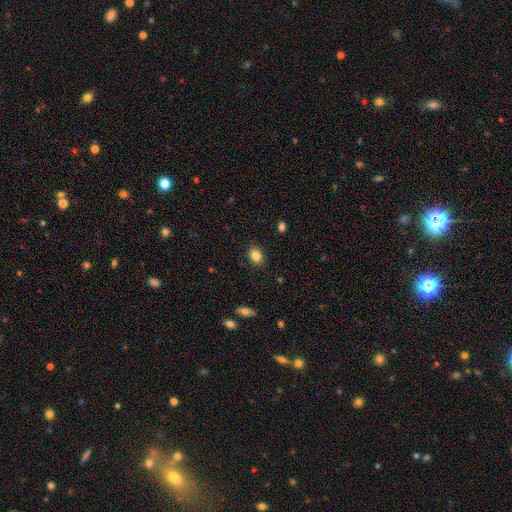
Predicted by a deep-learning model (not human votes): Smooth or featured: smooth — 84% (star or artifact — 9%)
How rounded: in between — 61% (round — 38%)
Merging: none — 88% (minor disturbance — 9%)